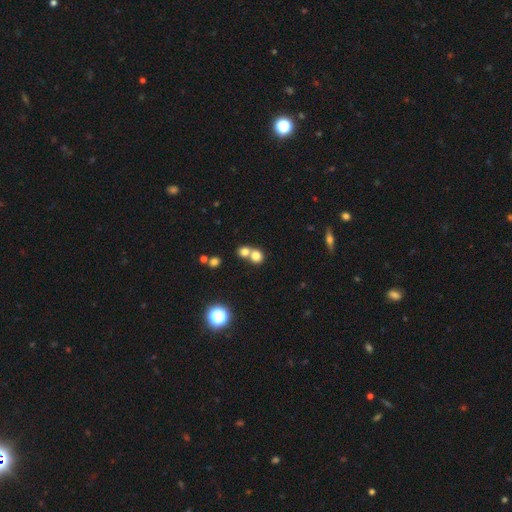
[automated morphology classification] Smooth or featured? Predicted: smooth (p=0.76). How rounded? Predicted: round (p=0.81). Merging? Predicted: merger (p=0.51).